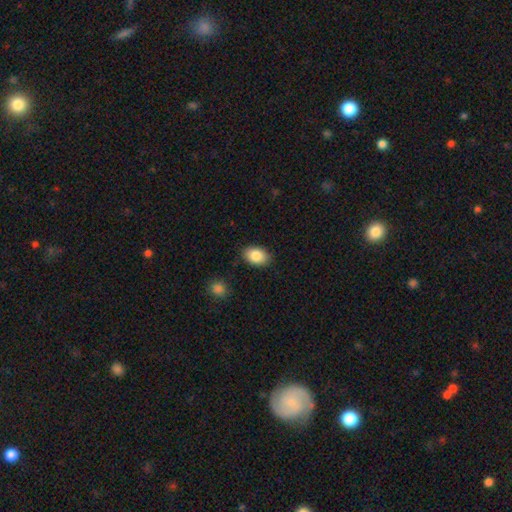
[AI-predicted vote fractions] Smooth or featured?
  - smooth: 86% *
  - star or artifact: 7%
  - featured or disk: 7%
How rounded?
  - in between: 84% *
  - round: 15%
  - cigar-shaped: 1%
Merging?
  - none: 87% *
  - minor disturbance: 10%
  - major disturbance: 2%
  - merger: 2%